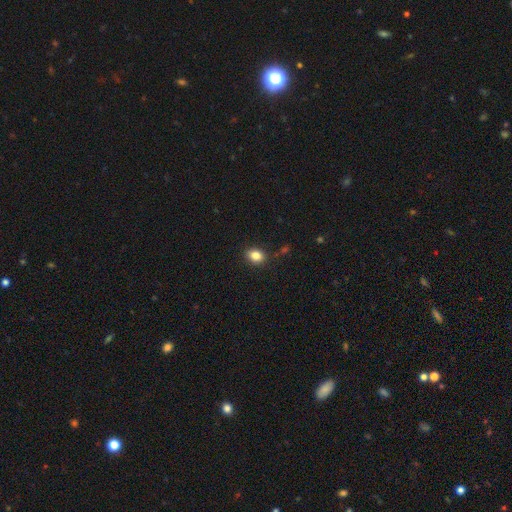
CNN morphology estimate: smooth-or-featured: smooth: 84% | star or artifact: 10% | featured or disk: 6%
  how-rounded: in between: 64% | round: 35% | cigar-shaped: 1%
  merging: none: 85% | minor disturbance: 11% | major disturbance: 3% | merger: 2%